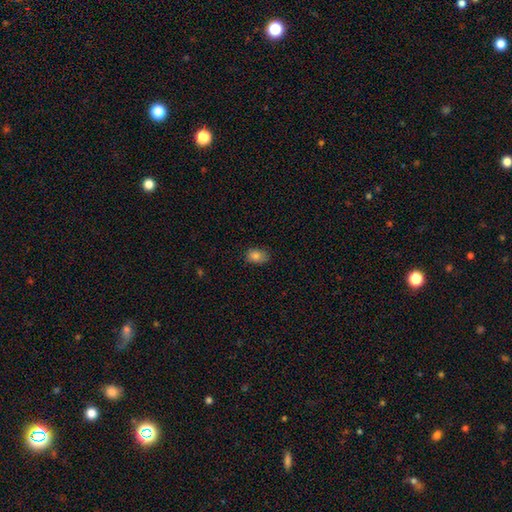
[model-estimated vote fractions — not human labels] Smooth or featured? smooth (83%)
How rounded? in between (79%)
Merging? none (79%)